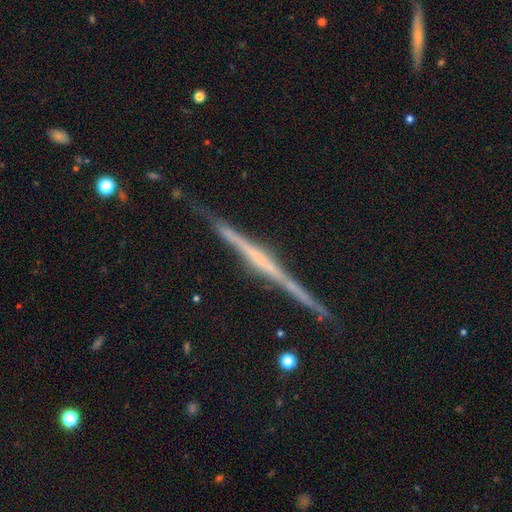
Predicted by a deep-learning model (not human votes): Q: Smooth or featured?
A: featured or disk (80%); runner-up: smooth (14%)
Q: Edge-on disk?
A: yes (98%); runner-up: no (2%)
Q: Edge-on bulge?
A: none (54%); runner-up: rounded (26%)
Q: Merging?
A: none (87%); runner-up: minor disturbance (9%)